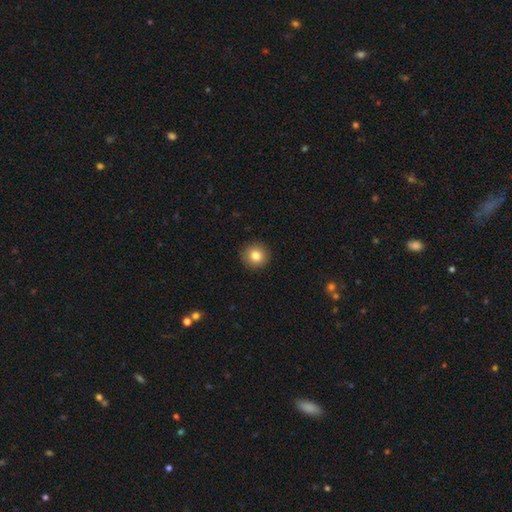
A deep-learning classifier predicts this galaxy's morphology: Smooth or featured: smooth — 82% (star or artifact — 10%)
How rounded: round — 93% (in between — 6%)
Merging: none — 92% (minor disturbance — 5%)